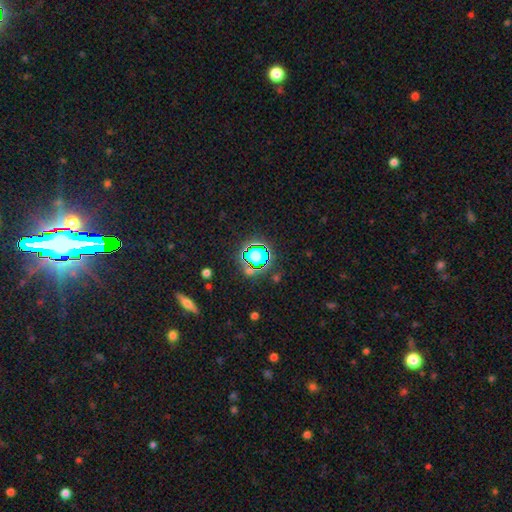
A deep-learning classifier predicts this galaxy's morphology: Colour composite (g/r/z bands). It shows a star or artifact, not a galaxy (57%).